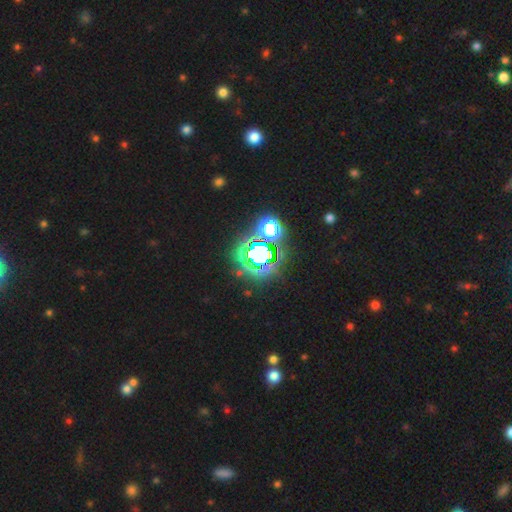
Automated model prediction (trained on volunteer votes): A star or artifact, not a galaxy (76%).

Vote fractions:
- Smooth or featured? star or artifact: 76% / smooth: 16% / featured or disk: 8%